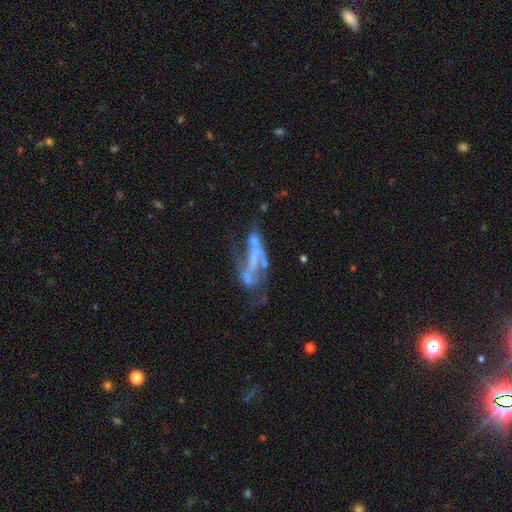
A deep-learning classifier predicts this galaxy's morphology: Overall: featured or disk (68%). Edge-on disk: no (90%). Bar: no (60%; weak 21%). Spiral arms: no (63%; yes 37%). Bulge size: none (64%). Merging: major disturbance (33%; merger 28%).